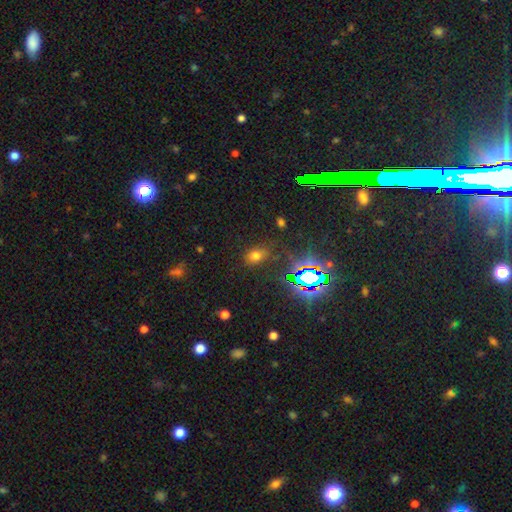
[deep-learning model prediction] This appears to be a smooth galaxy with no disk features (62%) that is in between round and cigar-shaped (56%). Merging: none (79%).